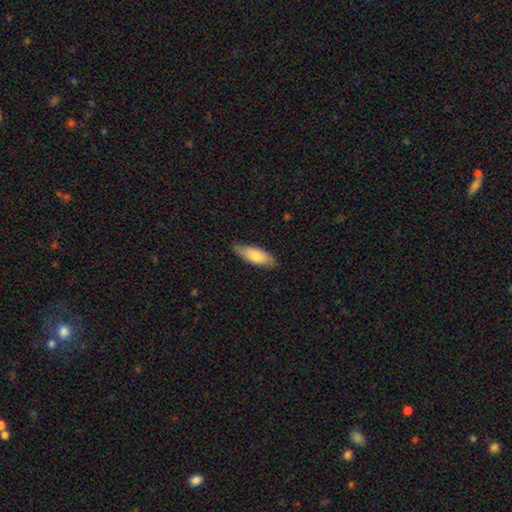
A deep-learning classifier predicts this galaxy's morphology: The model was most divided on "how rounded": in between: 67%, cigar-shaped: 31%, round: 2%. More confident: merging — none (83%); smooth or featured — smooth (81%).